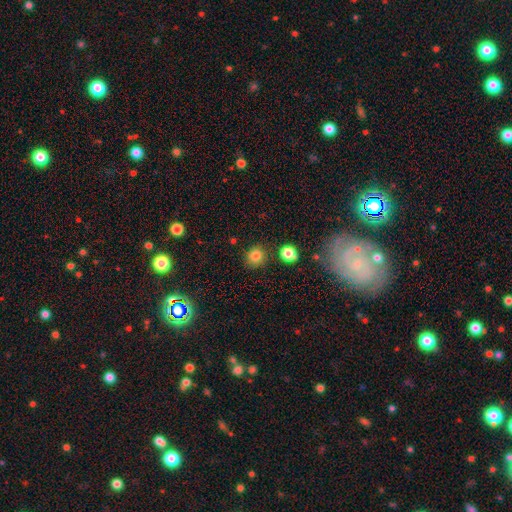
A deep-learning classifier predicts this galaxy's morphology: Smooth or featured?
  - smooth: 81% *
  - star or artifact: 13%
  - featured or disk: 6%
How rounded?
  - round: 87% *
  - in between: 12%
  - cigar-shaped: 1%
Merging?
  - none: 86% *
  - minor disturbance: 8%
  - merger: 4%
  - major disturbance: 3%